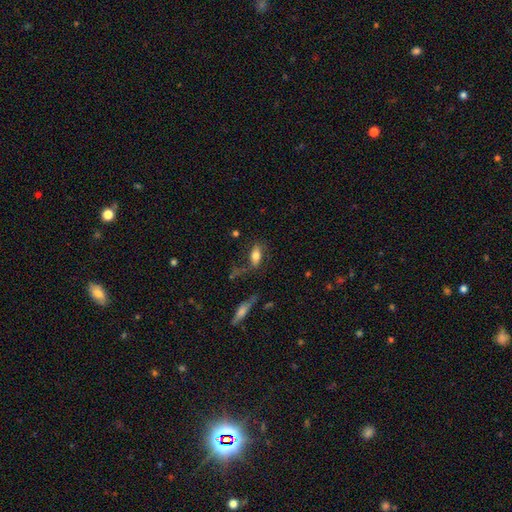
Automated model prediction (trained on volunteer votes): Smooth or featured? smooth (69%)
How rounded? in between (81%)
Merging? none (66%)